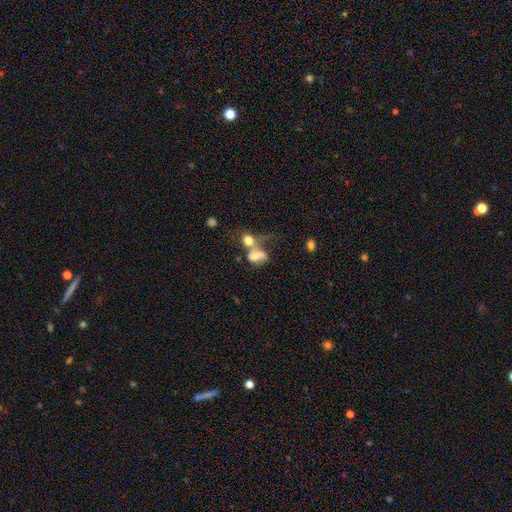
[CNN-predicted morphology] A smooth galaxy with no disk features (53%) that is in between round and cigar-shaped (70%).

Vote fractions:
- Smooth or featured? smooth: 53% / featured or disk: 34% / star or artifact: 13%
- How rounded? in between: 70% / round: 25% / cigar-shaped: 4%
- Merging? merger: 58% / major disturbance: 17% / none: 16% / minor disturbance: 9%